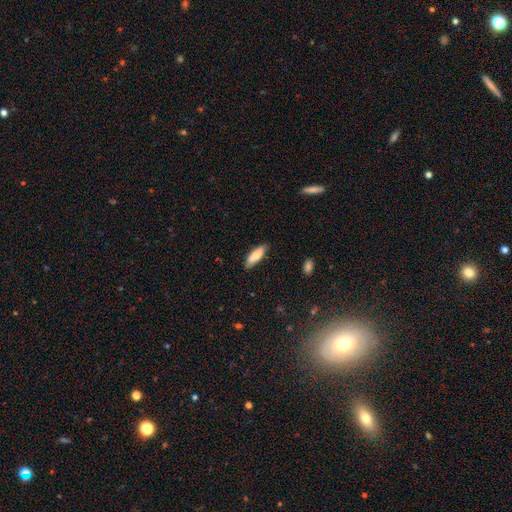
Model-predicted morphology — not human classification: Smooth or featured: smooth — 79% (featured or disk — 15%)
How rounded: in between — 58% (cigar-shaped — 40%)
Merging: none — 82% (minor disturbance — 15%)